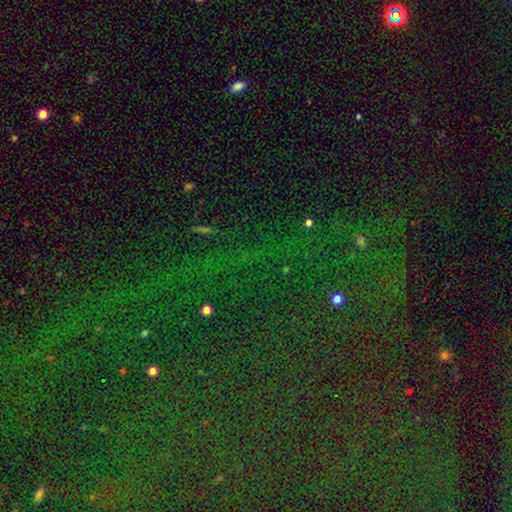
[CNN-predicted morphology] A star or artifact, not a galaxy (82%).